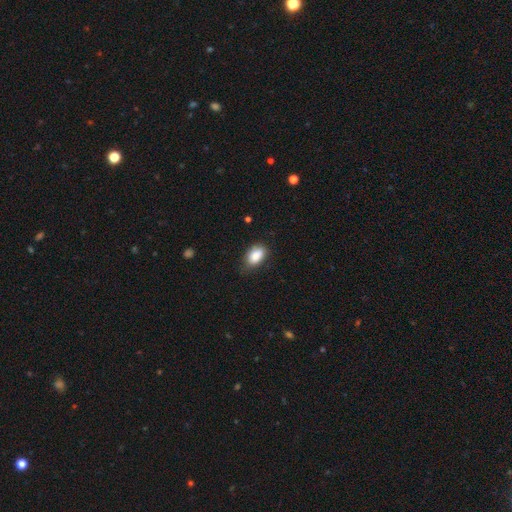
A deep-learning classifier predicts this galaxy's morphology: smooth_or_featured: smooth (p=0.87) [alt: star or artifact p=0.08]
how_rounded: in between (p=0.90) [alt: round p=0.08]
merging: none (p=0.70) [alt: minor disturbance p=0.24]